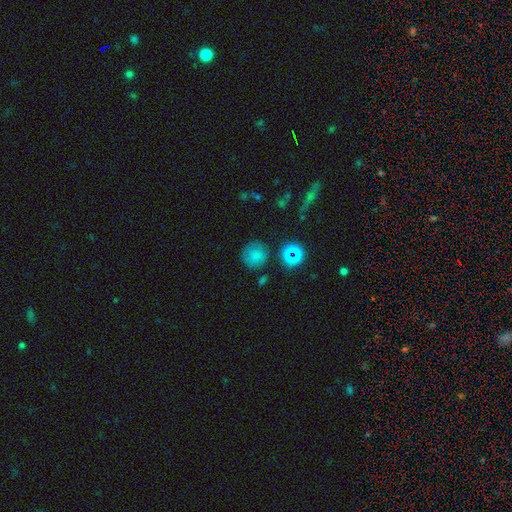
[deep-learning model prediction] Smooth or featured? Predicted: smooth (p=0.75). How rounded? Predicted: round (p=0.91). Merging? Predicted: none (p=0.76).